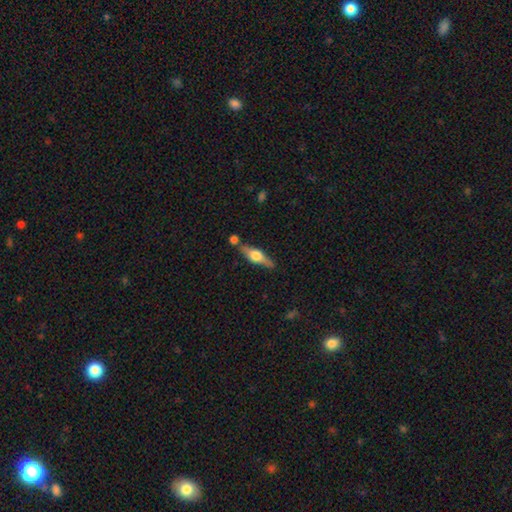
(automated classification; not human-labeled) A featured or disk galaxy (64%) viewed edge-on (94%) with a rounded central bulge (93%). Merging: none (75%).